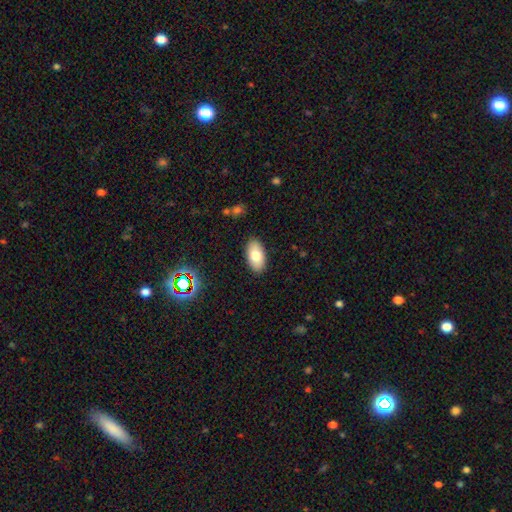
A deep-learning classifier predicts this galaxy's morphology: The model was most divided on "smooth or featured": smooth: 77%, featured or disk: 15%, star or artifact: 8%. More confident: how rounded — in between (94%); merging — none (88%).